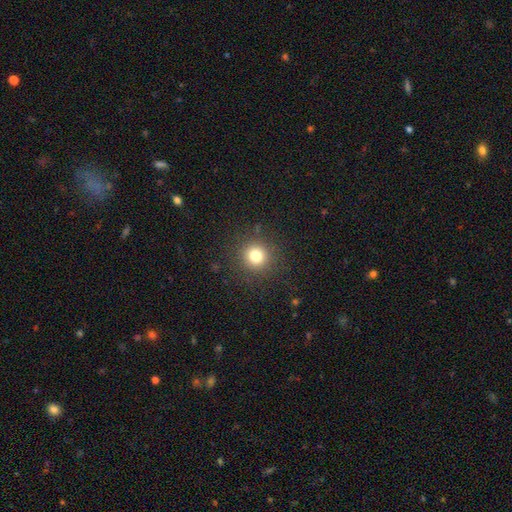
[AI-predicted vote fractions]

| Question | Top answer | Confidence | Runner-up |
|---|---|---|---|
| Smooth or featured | smooth | 79% | star or artifact (14%) |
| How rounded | round | 93% | in between (6%) |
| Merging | none | 89% | minor disturbance (6%) |